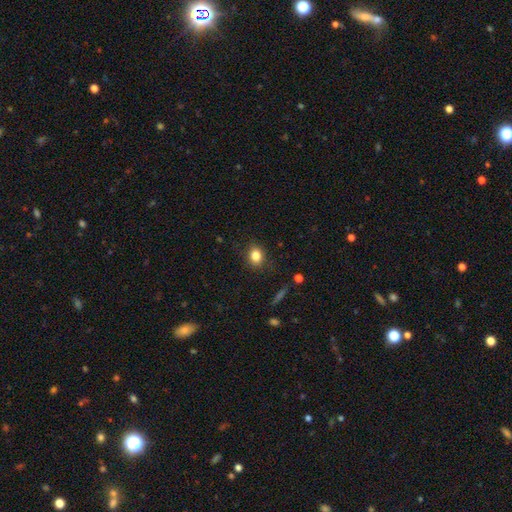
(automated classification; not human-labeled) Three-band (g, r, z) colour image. It shows a smooth galaxy with no disk features (82%) that is in between round and cigar-shaped (54%). Merging: none (85%).